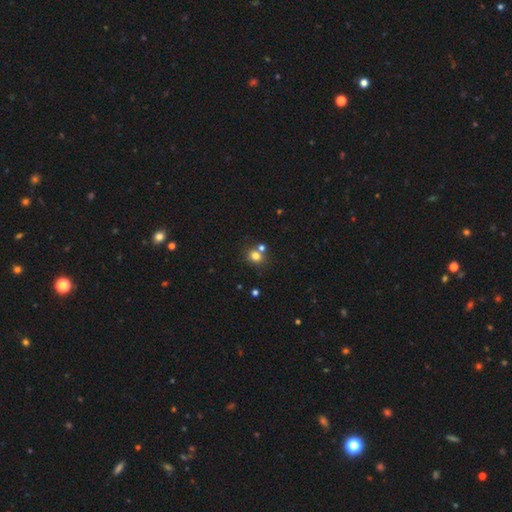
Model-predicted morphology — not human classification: Overall: smooth (77%). How rounded: round (74%). Merging: none (59%; merger 28%).